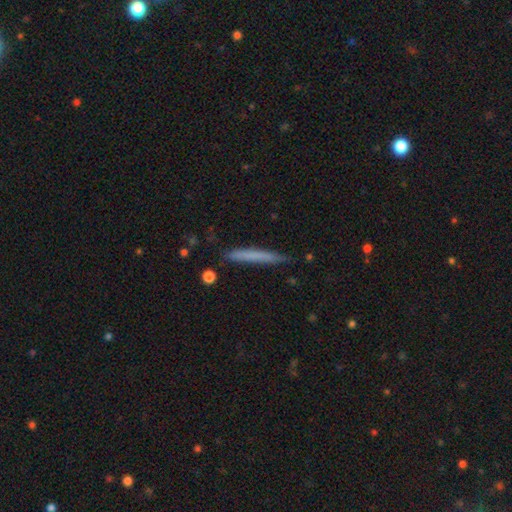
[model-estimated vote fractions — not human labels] Overall: smooth (68%). How rounded: cigar-shaped (96%). Merging: none (81%).